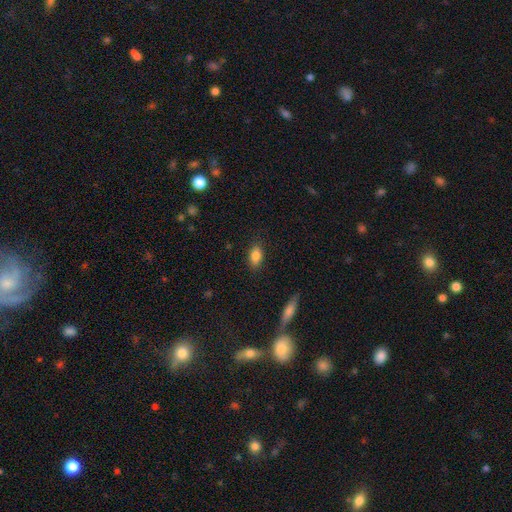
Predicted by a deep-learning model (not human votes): smooth-or-featured: smooth: 85% | star or artifact: 8% | featured or disk: 7%
  how-rounded: in between: 88% | round: 8% | cigar-shaped: 4%
  merging: none: 85% | minor disturbance: 11% | major disturbance: 3% | merger: 1%